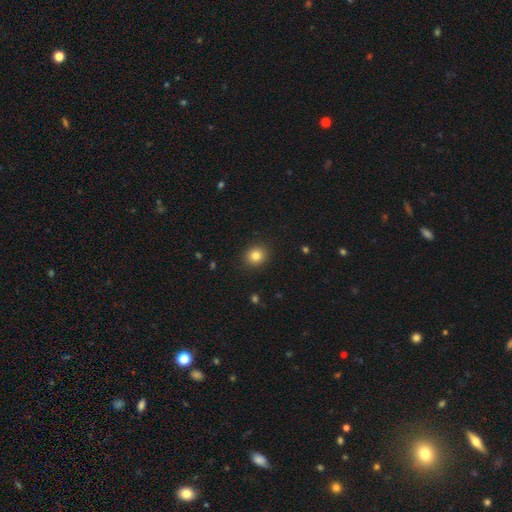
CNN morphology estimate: smooth_or_featured: smooth (p=0.82) [alt: star or artifact p=0.11]
how_rounded: round (p=0.82) [alt: in between p=0.17]
merging: none (p=0.91) [alt: minor disturbance p=0.06]